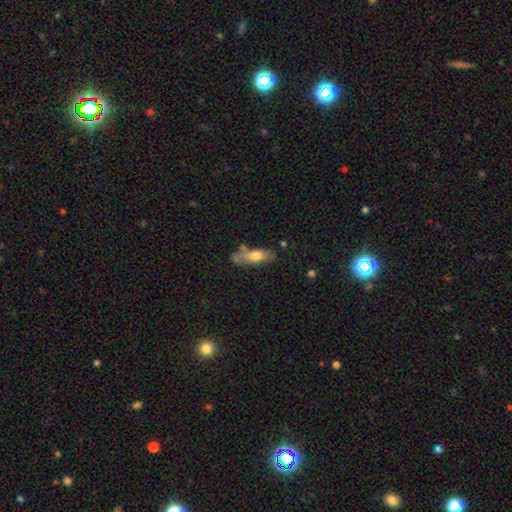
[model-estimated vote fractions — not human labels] Smooth or featured? smooth (65%)
How rounded? in between (50%)
Merging? none (57%)